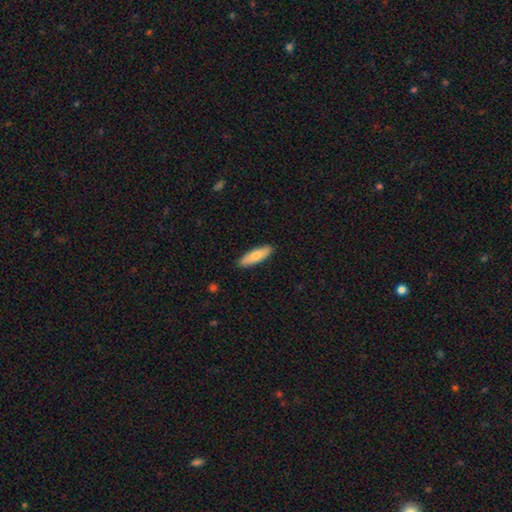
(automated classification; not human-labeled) Smooth or featured? smooth (79%)
How rounded? cigar-shaped (55%)
Merging? none (90%)